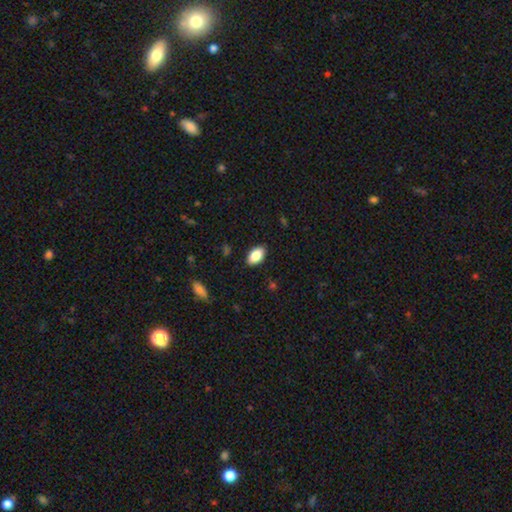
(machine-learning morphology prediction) Smooth or featured? smooth (86%)
How rounded? in between (93%)
Merging? none (88%)